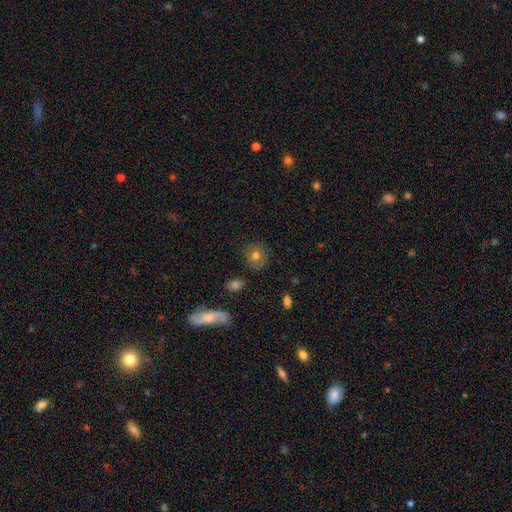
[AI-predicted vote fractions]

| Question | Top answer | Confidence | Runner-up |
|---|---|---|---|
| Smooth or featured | smooth | 72% | featured or disk (17%) |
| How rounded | round | 85% | in between (14%) |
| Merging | none | 82% | minor disturbance (12%) |